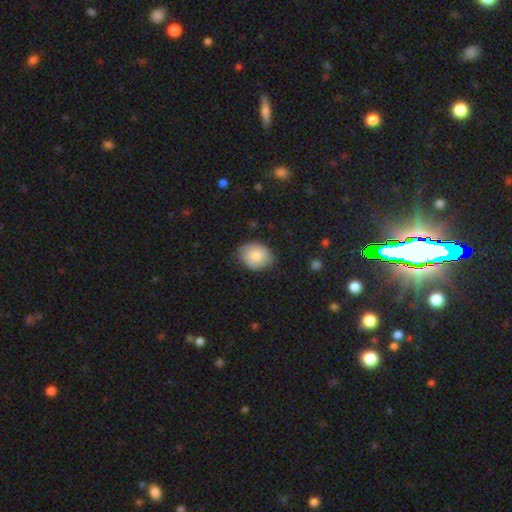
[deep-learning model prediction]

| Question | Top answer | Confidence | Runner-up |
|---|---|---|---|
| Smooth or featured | smooth | 83% | featured or disk (11%) |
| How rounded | round | 50% | in between (49%) |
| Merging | none | 71% | minor disturbance (23%) |